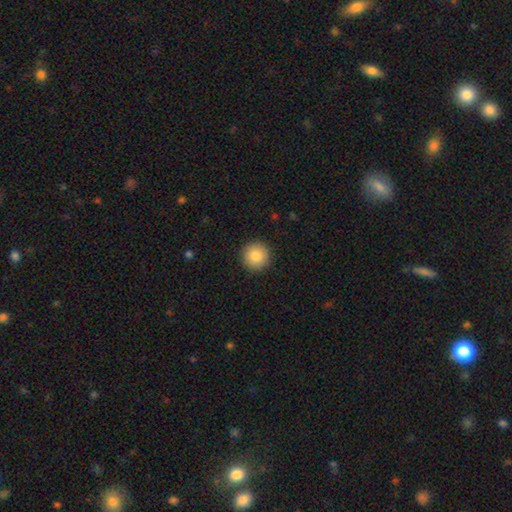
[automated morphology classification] This is clearly a smooth galaxy (86%). How rounded: clearly round (96%). Merging: clearly none (92%).